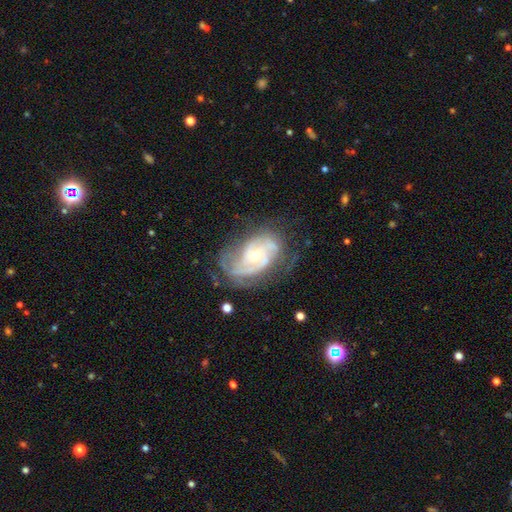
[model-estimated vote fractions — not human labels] Smooth or featured: featured or disk — 86% (smooth — 8%)
Edge-on disk: no — 97% (yes — 3%)
Bar: no — 62% (weak — 31%)
Spiral arms: yes — 95% (no — 5%)
Spiral winding: tight — 52% (medium — 38%)
Spiral arm count: 2 — 43% (can't tell — 23%)
Bulge size: small — 49% (moderate — 46%)
Merging: none — 62% (minor disturbance — 23%)